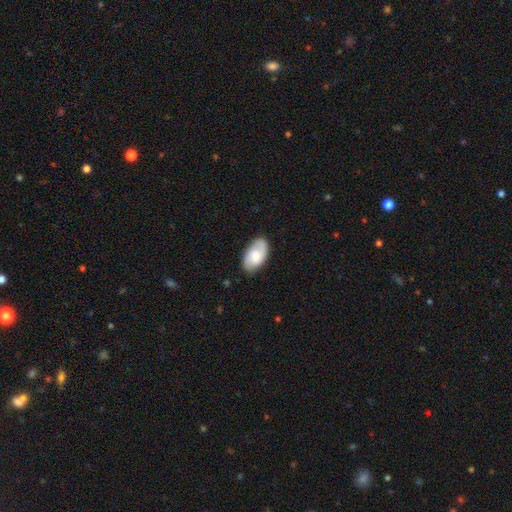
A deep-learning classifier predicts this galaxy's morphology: This is possibly a smooth galaxy (50%). How rounded: clearly in between (94%). Merging: clearly none (82%).